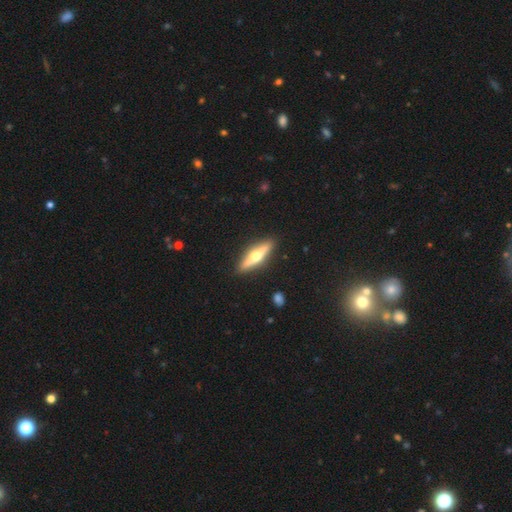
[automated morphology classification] smooth-or-featured: featured or disk: 67% | smooth: 28% | star or artifact: 5%
  disk-edge-on: yes: 95% | no: 5%
    edge-on-bulge: rounded: 96% | none: 2% | boxy: 2%
  merging: none: 91% | minor disturbance: 6% | major disturbance: 2% | merger: 1%